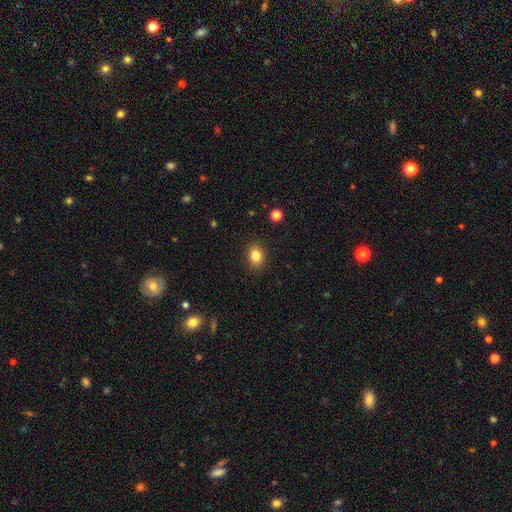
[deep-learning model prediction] Q: Smooth or featured?
A: smooth (83%); runner-up: star or artifact (11%)
Q: How rounded?
A: in between (54%); runner-up: round (45%)
Q: Merging?
A: none (89%); runner-up: minor disturbance (8%)